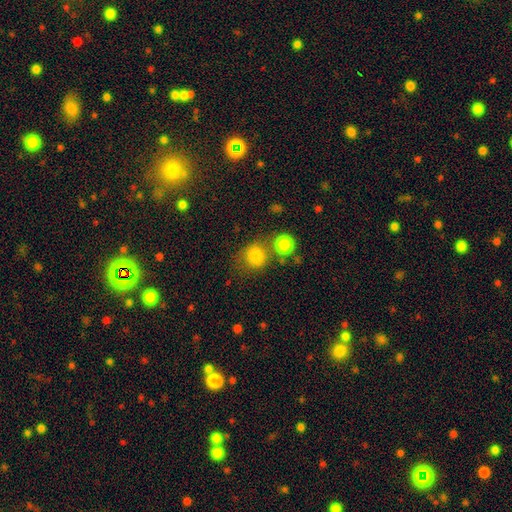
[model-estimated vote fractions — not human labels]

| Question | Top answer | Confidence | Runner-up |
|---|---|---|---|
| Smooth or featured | smooth | 81% | star or artifact (12%) |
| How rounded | round | 80% | in between (19%) |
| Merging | none | 57% | merger (24%) |